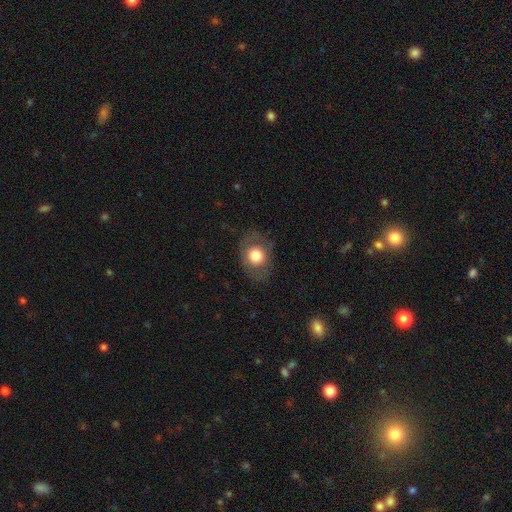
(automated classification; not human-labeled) A smooth galaxy with no disk features (69%) that is in between round and cigar-shaped (51%).

Vote fractions:
- Smooth or featured? smooth: 69% / featured or disk: 23% / star or artifact: 8%
- How rounded? in between: 51% / round: 48% / cigar-shaped: 1%
- Merging? none: 76% / minor disturbance: 15% / major disturbance: 8% / merger: 1%